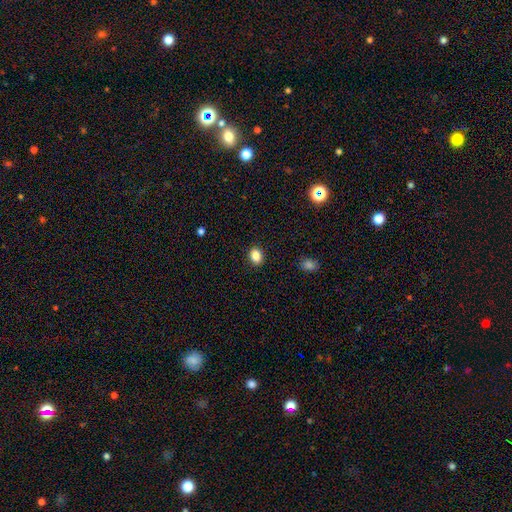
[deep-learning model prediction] Overall: smooth (86%). How rounded: in between (64%; round 35%). Merging: none (89%).